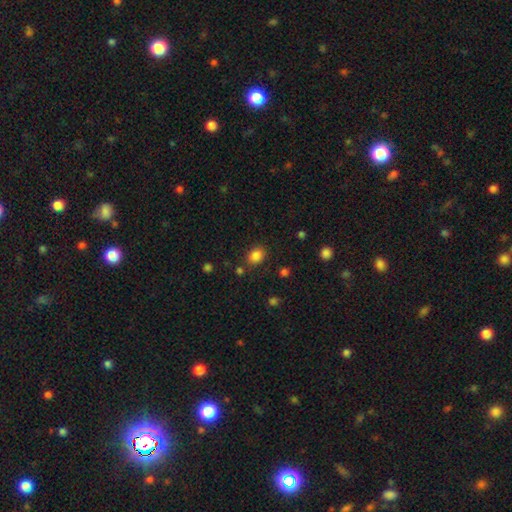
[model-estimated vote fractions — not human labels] Smooth or featured?
  - smooth: 84% *
  - star or artifact: 11%
  - featured or disk: 5%
How rounded?
  - in between: 51% *
  - round: 49%
  - cigar-shaped: 1%
Merging?
  - none: 82% *
  - minor disturbance: 11%
  - merger: 4%
  - major disturbance: 3%